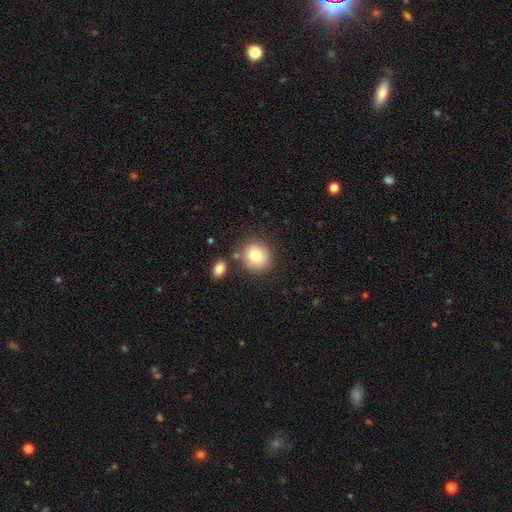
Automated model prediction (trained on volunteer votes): smooth_or_featured: smooth (p=0.84) [alt: star or artifact p=0.08]
how_rounded: round (p=0.77) [alt: in between p=0.22]
merging: none (p=0.74) [alt: minor disturbance p=0.13]